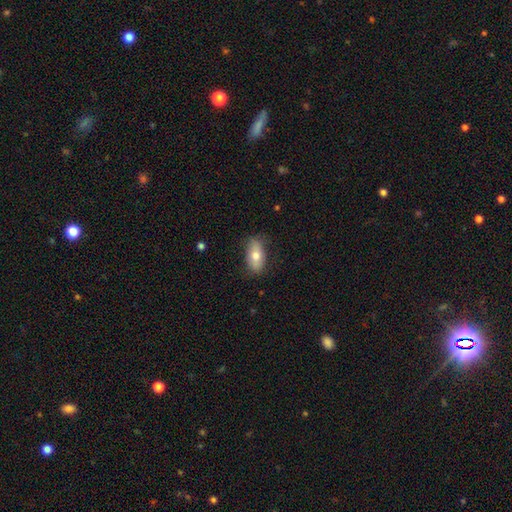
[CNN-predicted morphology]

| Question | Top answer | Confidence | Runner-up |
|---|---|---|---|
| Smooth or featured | smooth | 71% | featured or disk (23%) |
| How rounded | in between | 88% | cigar-shaped (7%) |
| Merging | none | 78% | minor disturbance (17%) |